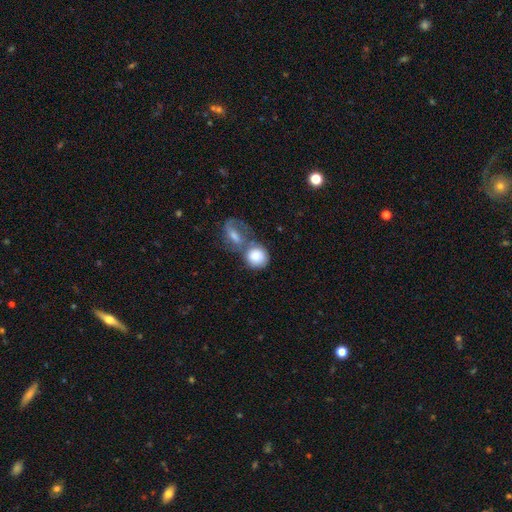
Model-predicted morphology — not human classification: smooth-or-featured: smooth: 77% | featured or disk: 16% | star or artifact: 7%
  how-rounded: round: 74% | in between: 24% | cigar-shaped: 2%
  merging: merger: 58% | none: 24% | minor disturbance: 10% | major disturbance: 8%